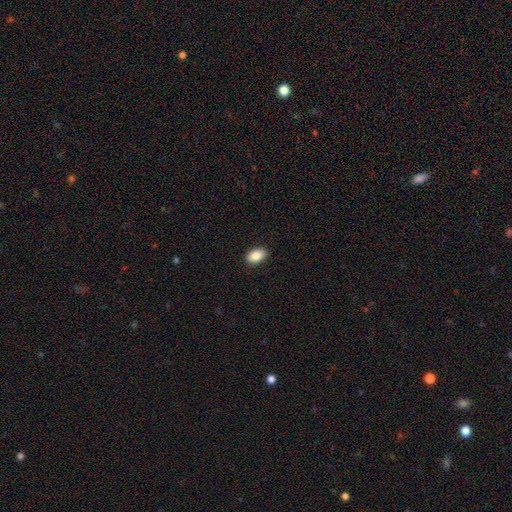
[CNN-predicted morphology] This is clearly a smooth galaxy (88%). How rounded: clearly in between (90%). Merging: clearly none (89%).